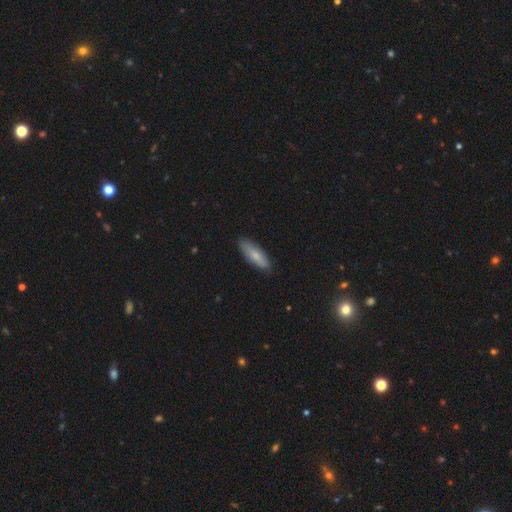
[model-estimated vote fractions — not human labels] smooth_or_featured: smooth (p=0.76) [alt: featured or disk p=0.19]
how_rounded: in between (p=0.51) [alt: cigar-shaped p=0.47]
merging: none (p=0.86) [alt: minor disturbance p=0.11]